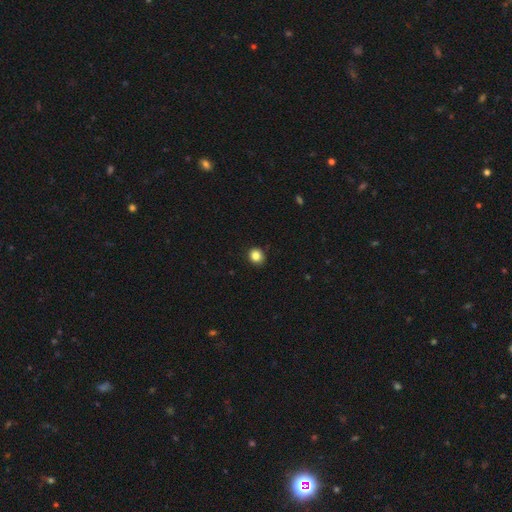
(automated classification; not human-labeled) Smooth or featured? Predicted: smooth (p=0.86). How rounded? Predicted: round (p=0.83). Merging? Predicted: none (p=0.87).